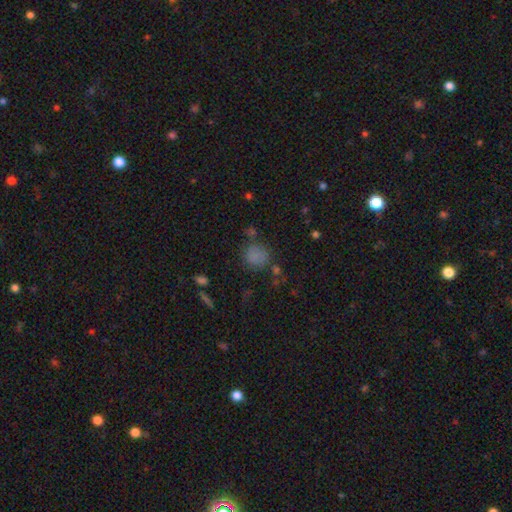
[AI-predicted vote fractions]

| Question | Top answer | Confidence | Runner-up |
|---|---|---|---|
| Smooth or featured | smooth | 77% | star or artifact (16%) |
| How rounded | round | 84% | in between (15%) |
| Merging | none | 70% | minor disturbance (16%) |